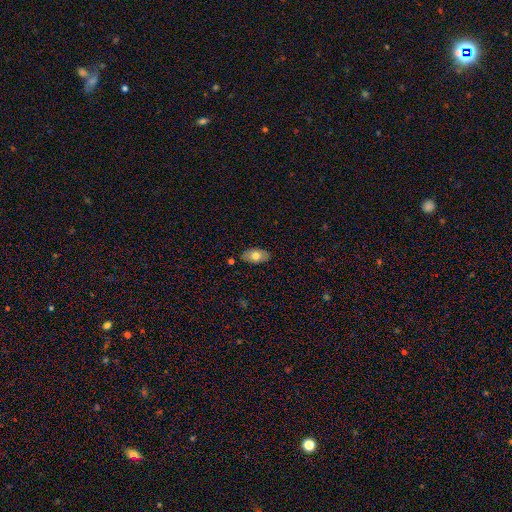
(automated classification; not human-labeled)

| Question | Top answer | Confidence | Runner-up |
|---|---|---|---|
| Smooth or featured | smooth | 70% | featured or disk (23%) |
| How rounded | in between | 91% | round (6%) |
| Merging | none | 82% | minor disturbance (13%) |